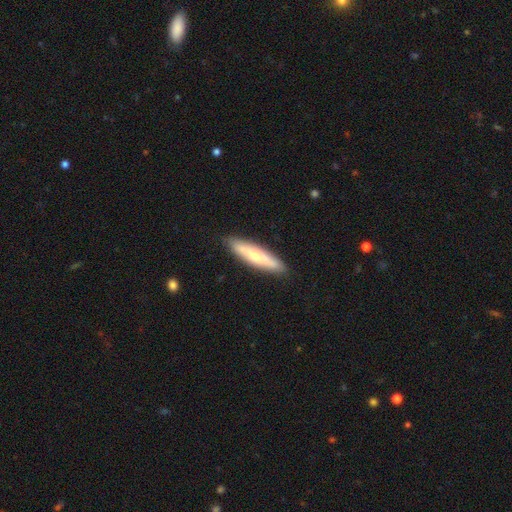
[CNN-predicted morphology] Smooth or featured? smooth (55%)
How rounded? cigar-shaped (80%)
Merging? none (87%)